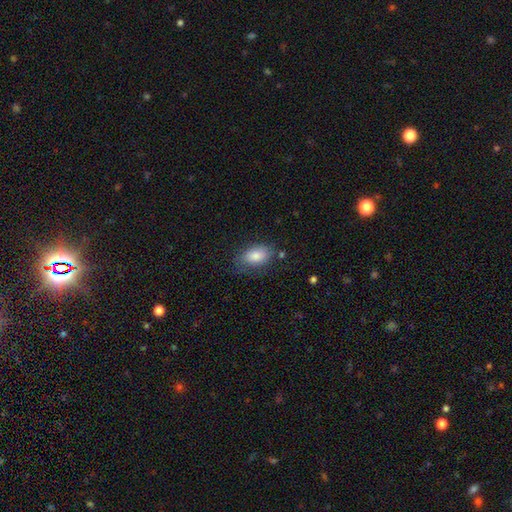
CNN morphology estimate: smooth-or-featured: smooth: 79% | featured or disk: 13% | star or artifact: 8%
  how-rounded: in between: 90% | round: 8% | cigar-shaped: 2%
  merging: none: 69% | minor disturbance: 21% | major disturbance: 7% | merger: 2%